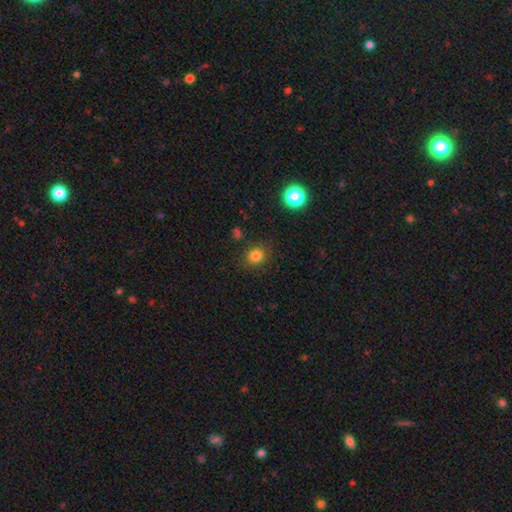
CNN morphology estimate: This is clearly a smooth galaxy (80%). How rounded: likely round (74%). Merging: clearly none (84%).